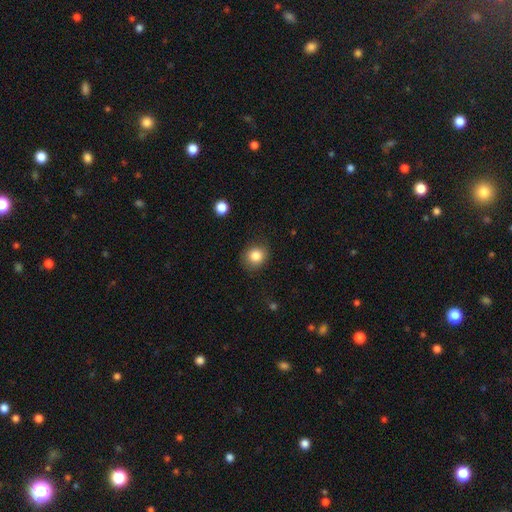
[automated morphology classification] Q: Smooth or featured?
A: smooth (84%); runner-up: star or artifact (10%)
Q: How rounded?
A: round (76%); runner-up: in between (23%)
Q: Merging?
A: none (81%); runner-up: minor disturbance (14%)